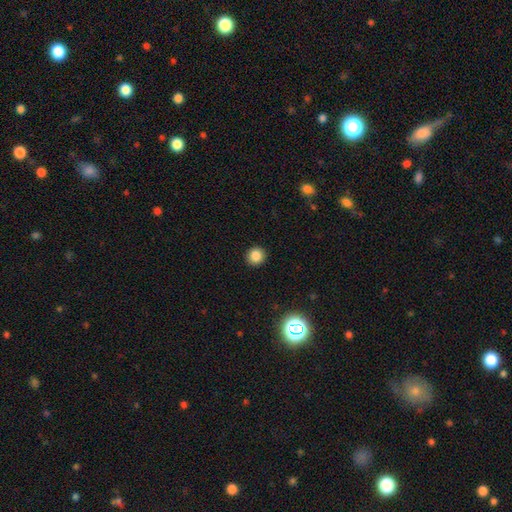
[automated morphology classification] smooth_or_featured: smooth (p=0.84) [alt: star or artifact p=0.11]
how_rounded: round (p=0.91) [alt: in between p=0.08]
merging: none (p=0.92) [alt: minor disturbance p=0.05]